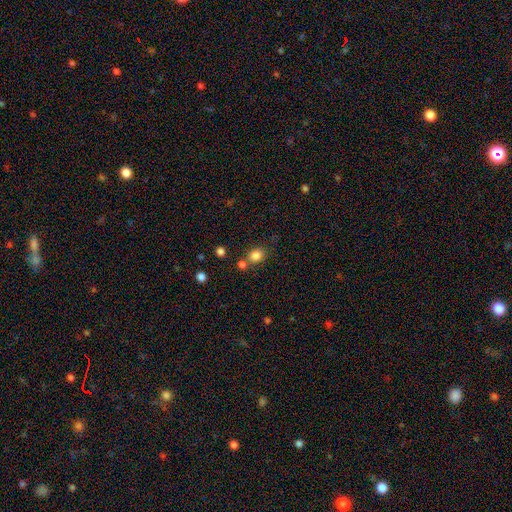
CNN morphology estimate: Smooth or featured: smooth — 83% (star or artifact — 12%)
How rounded: round — 59% (in between — 40%)
Merging: none — 63% (merger — 23%)